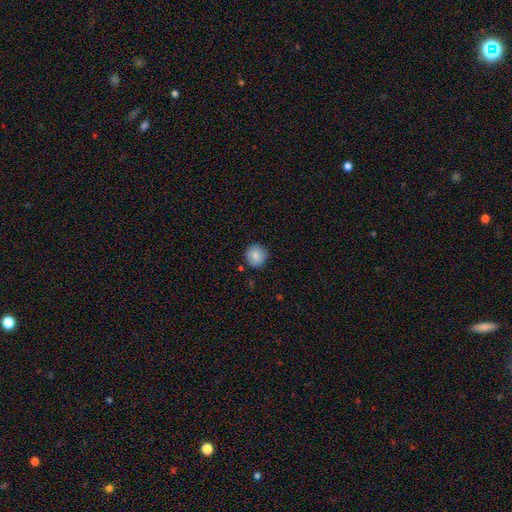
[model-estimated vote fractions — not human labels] Smooth or featured?
  - smooth: 83% *
  - featured or disk: 8%
  - star or artifact: 8%
How rounded?
  - round: 92% *
  - in between: 7%
  - cigar-shaped: 1%
Merging?
  - none: 84% *
  - minor disturbance: 11%
  - major disturbance: 2%
  - merger: 2%